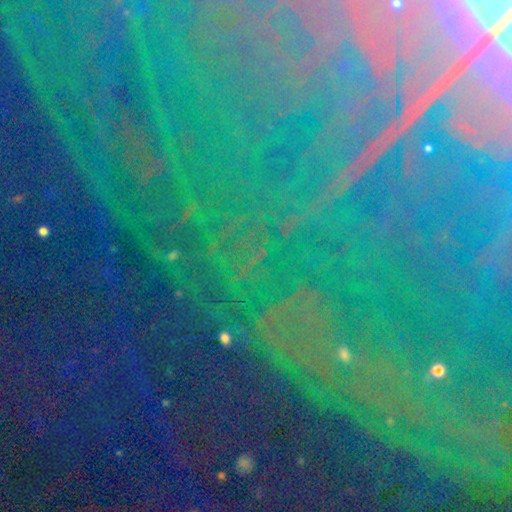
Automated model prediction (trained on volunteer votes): Q: Smooth or featured?
A: star or artifact (85%); runner-up: featured or disk (8%)